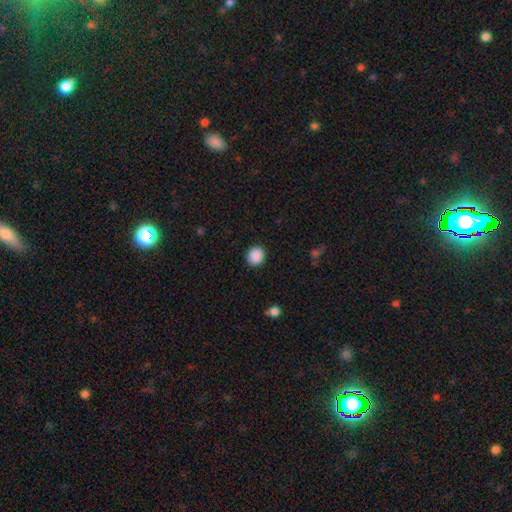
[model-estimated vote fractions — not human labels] smooth_or_featured: smooth (p=0.89) [alt: star or artifact p=0.09]
how_rounded: round (p=0.86) [alt: in between p=0.13]
merging: none (p=0.91) [alt: minor disturbance p=0.06]